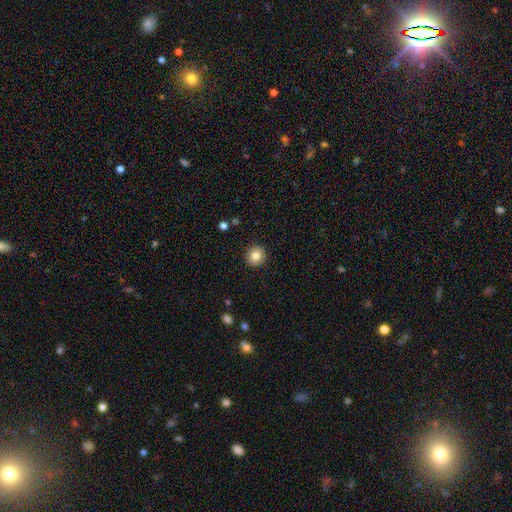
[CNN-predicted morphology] The model was most divided on "smooth or featured": smooth: 83%, star or artifact: 10%, featured or disk: 8%. More confident: how rounded — round (92%); merging — none (92%).